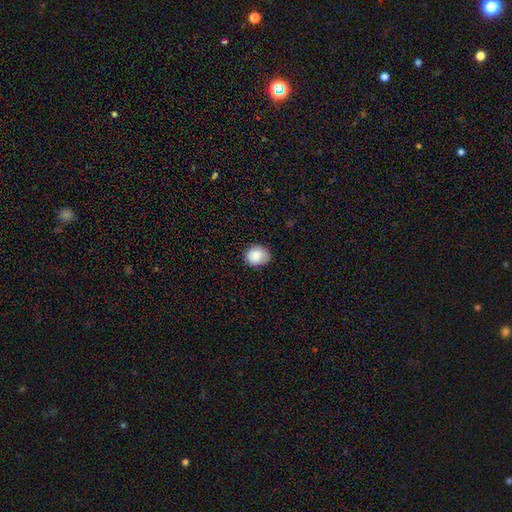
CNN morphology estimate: This is clearly a smooth galaxy (87%). How rounded: likely round (61%). Merging: clearly none (80%).